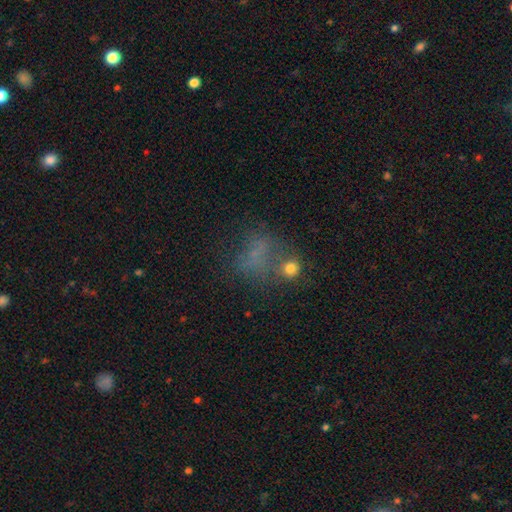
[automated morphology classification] This is possibly a smooth galaxy (48%). Merging: marginally none (42%).